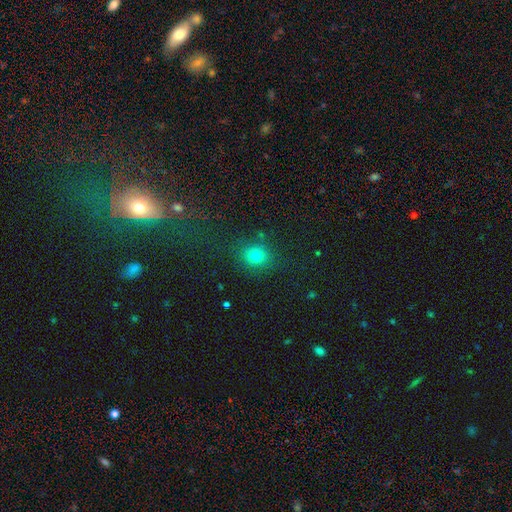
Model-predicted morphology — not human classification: type=smooth (77%); roundness=round (70%); merging=none (80%).